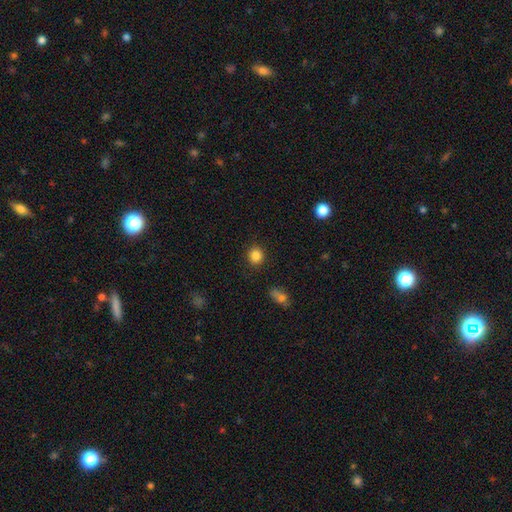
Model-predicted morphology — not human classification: smooth-or-featured: smooth: 85% | star or artifact: 11% | featured or disk: 4%
  how-rounded: round: 86% | in between: 13% | cigar-shaped: 1%
  merging: none: 89% | minor disturbance: 7% | major disturbance: 2% | merger: 2%